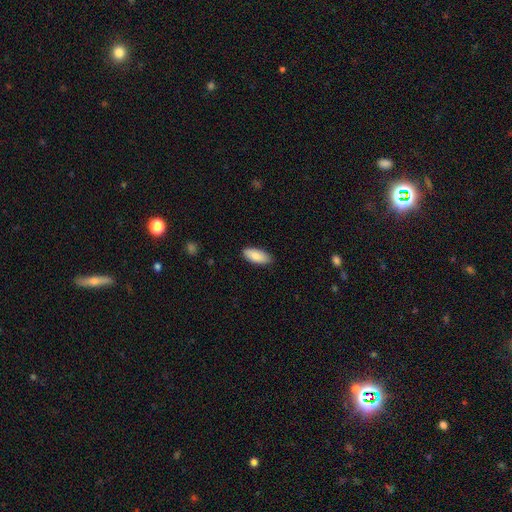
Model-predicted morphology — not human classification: Smooth or featured?
  - smooth: 87% *
  - featured or disk: 7%
  - star or artifact: 6%
How rounded?
  - in between: 86% *
  - cigar-shaped: 12%
  - round: 2%
Merging?
  - none: 86% *
  - minor disturbance: 11%
  - major disturbance: 2%
  - merger: 1%